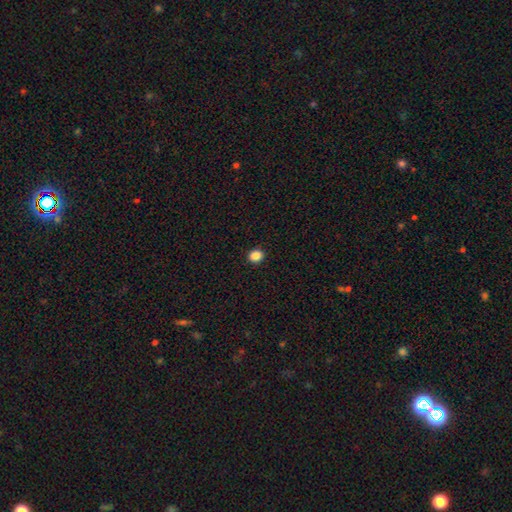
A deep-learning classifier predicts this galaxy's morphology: Overall: smooth (87%). How rounded: round (79%). Merging: none (93%).